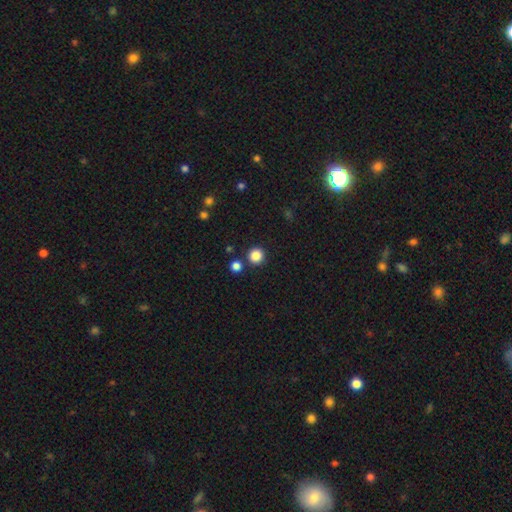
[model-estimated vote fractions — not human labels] Q: Smooth or featured?
A: smooth (85%); runner-up: star or artifact (12%)
Q: How rounded?
A: round (94%); runner-up: in between (5%)
Q: Merging?
A: none (86%); runner-up: merger (6%)